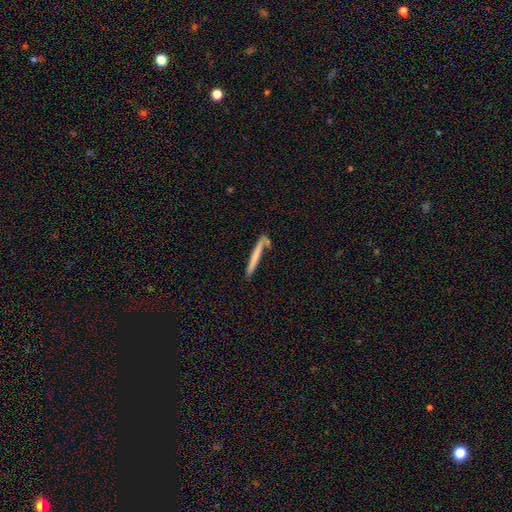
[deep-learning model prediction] The model was most divided on "smooth or featured": smooth: 62%, featured or disk: 31%, star or artifact: 7%. More confident: how rounded — cigar-shaped (96%); merging — none (66%).